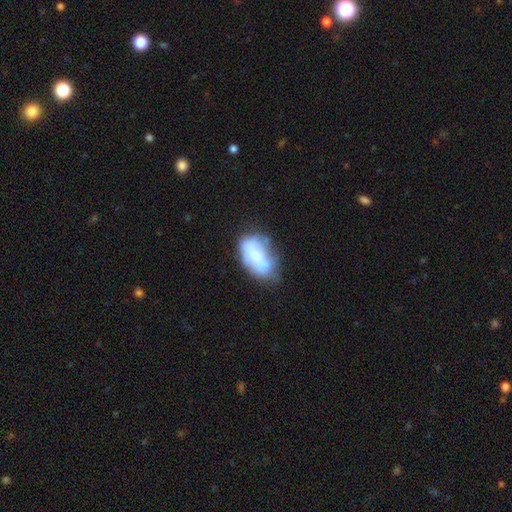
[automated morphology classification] The model was most divided on "merging": none: 40%, minor disturbance: 30%, major disturbance: 17%, merger: 14%. More confident: how rounded — in between (90%); smooth or featured — smooth (54%).